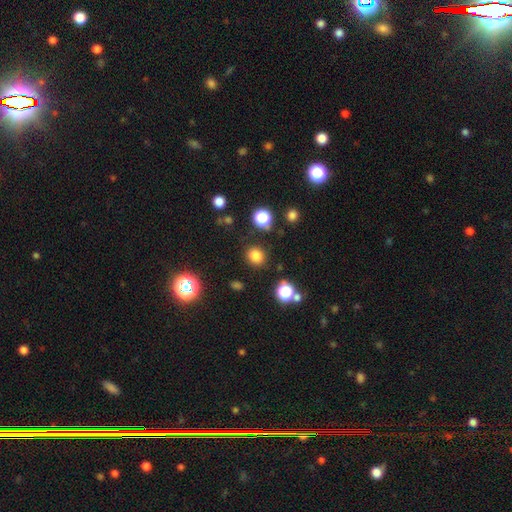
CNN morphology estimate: Q: Smooth or featured?
A: smooth (79%); runner-up: star or artifact (16%)
Q: How rounded?
A: round (80%); runner-up: in between (19%)
Q: Merging?
A: none (86%); runner-up: minor disturbance (8%)